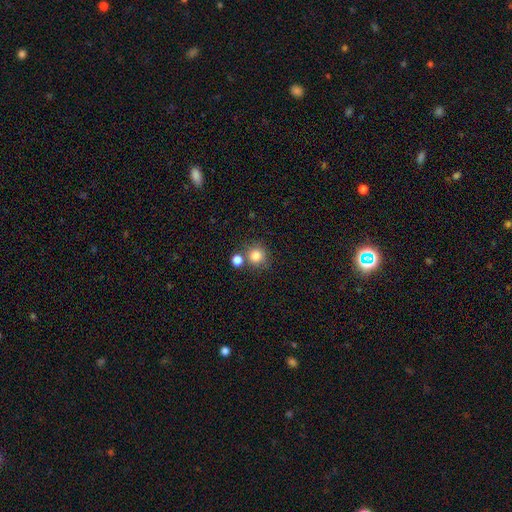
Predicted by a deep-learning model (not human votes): This appears to be a smooth galaxy with no disk features (81%) that is round (91%). Merging: none (71%).